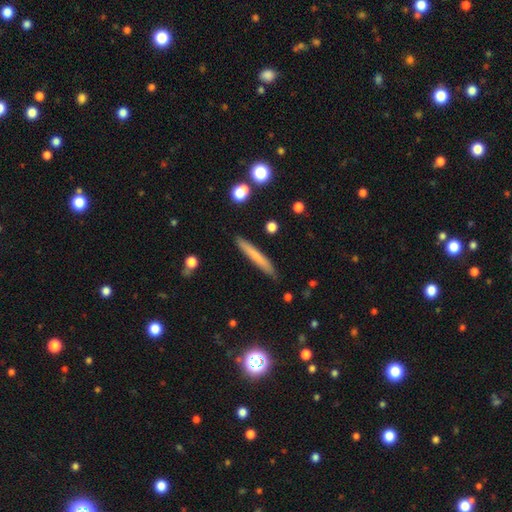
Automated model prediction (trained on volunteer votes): This appears to be a smooth galaxy with no disk features (68%) that is cigar-shaped (96%). Merging: none (89%).